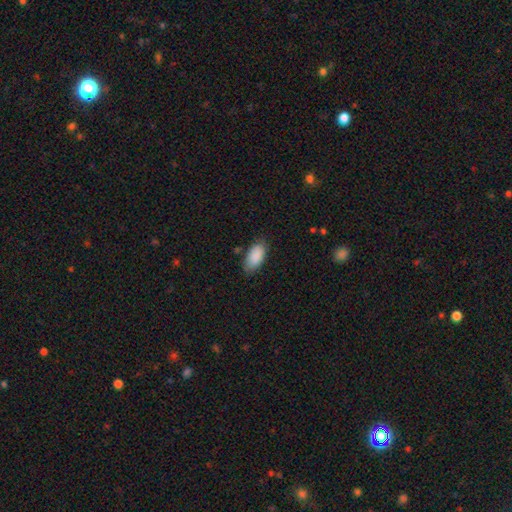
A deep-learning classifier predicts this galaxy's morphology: Q: Smooth or featured?
A: smooth (89%); runner-up: star or artifact (6%)
Q: How rounded?
A: in between (93%); runner-up: cigar-shaped (5%)
Q: Merging?
A: none (78%); runner-up: minor disturbance (17%)